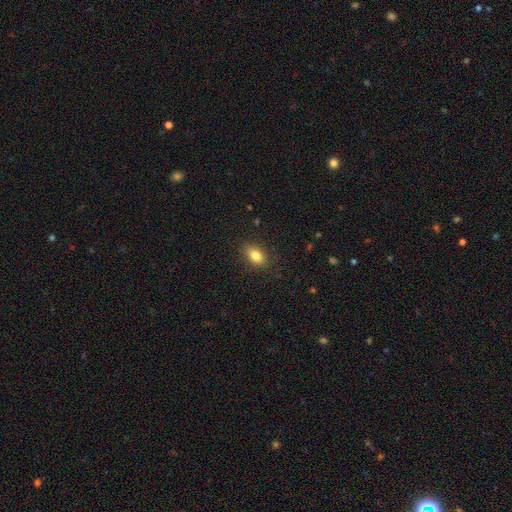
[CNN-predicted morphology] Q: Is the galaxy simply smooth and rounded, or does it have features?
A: smooth — 83%.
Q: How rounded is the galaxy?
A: in between — 85%.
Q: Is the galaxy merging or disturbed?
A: none — 85%.